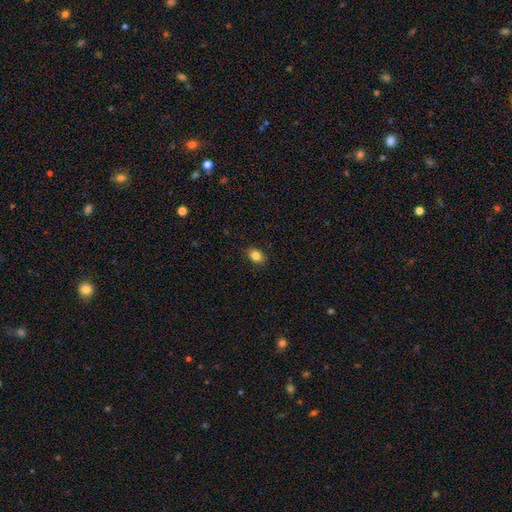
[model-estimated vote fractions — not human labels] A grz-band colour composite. It shows a smooth galaxy with no disk features (85%) that is in between round and cigar-shaped (75%). Merging: none (87%).